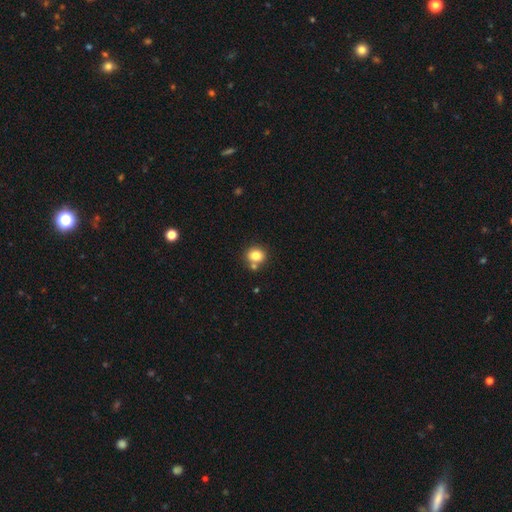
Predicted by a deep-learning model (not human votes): The model was most divided on "merging": none: 69%, merger: 19%, minor disturbance: 10%, major disturbance: 3%. More confident: smooth or featured — smooth (82%); how rounded — round (77%).